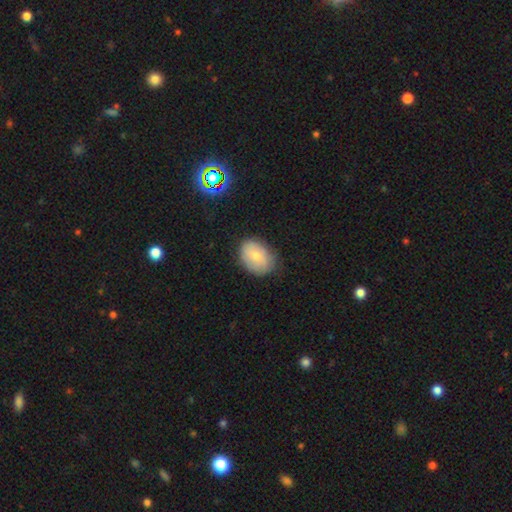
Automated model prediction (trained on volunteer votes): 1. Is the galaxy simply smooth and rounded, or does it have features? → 76% smooth, 17% featured or disk, 7% star or artifact.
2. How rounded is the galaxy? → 73% in between, 26% round, 1% cigar-shaped.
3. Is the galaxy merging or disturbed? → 77% none, 18% minor disturbance, 4% major disturbance, 1% merger.